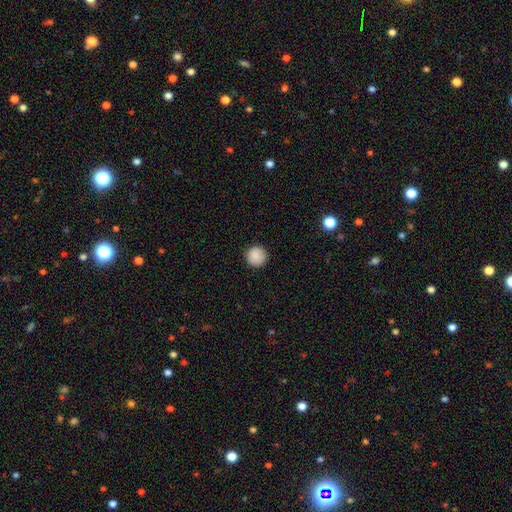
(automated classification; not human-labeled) Smooth or featured? Predicted: smooth (p=0.89). How rounded? Predicted: round (p=0.96). Merging? Predicted: none (p=0.92).